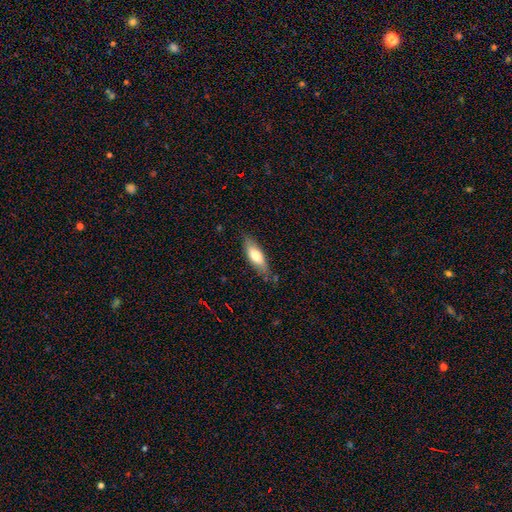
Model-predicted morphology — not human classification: A smooth galaxy with no disk features (68%) that is in between round and cigar-shaped (60%).

Vote fractions:
- Smooth or featured? smooth: 68% / featured or disk: 26% / star or artifact: 6%
- How rounded? in between: 60% / cigar-shaped: 38% / round: 2%
- Merging? none: 76% / minor disturbance: 19% / major disturbance: 3% / merger: 2%